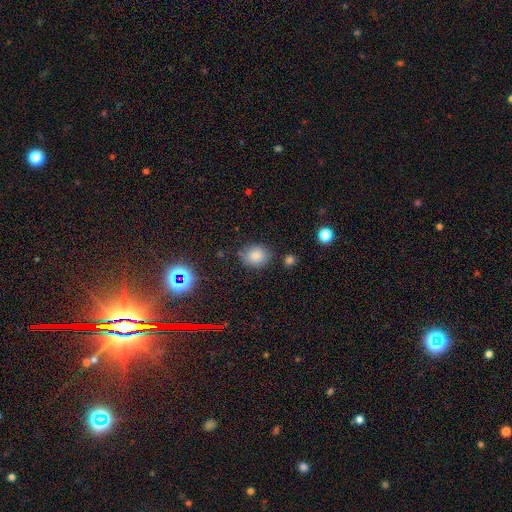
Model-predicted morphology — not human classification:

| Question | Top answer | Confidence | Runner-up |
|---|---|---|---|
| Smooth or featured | smooth | 83% | star or artifact (11%) |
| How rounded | round | 64% | in between (35%) |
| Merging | none | 73% | minor disturbance (19%) |